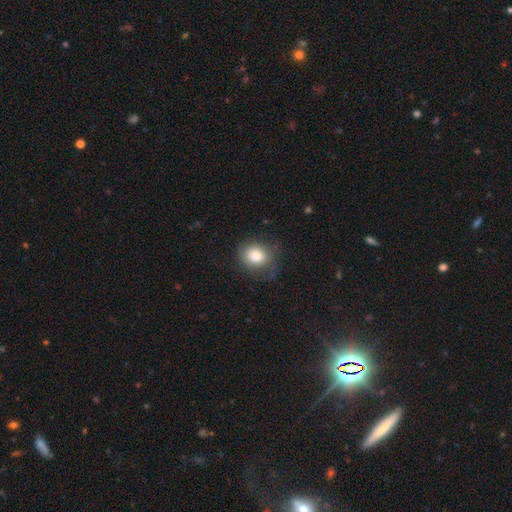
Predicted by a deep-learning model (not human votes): smooth-or-featured: smooth: 81% | featured or disk: 10% | star or artifact: 9%
  how-rounded: round: 64% | in between: 35% | cigar-shaped: 1%
  merging: none: 63% | minor disturbance: 25% | major disturbance: 11% | merger: 1%